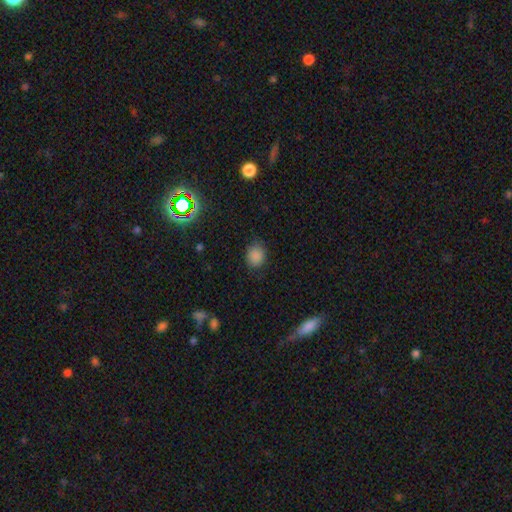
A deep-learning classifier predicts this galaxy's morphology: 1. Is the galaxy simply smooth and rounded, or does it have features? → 85% smooth, 11% star or artifact, 4% featured or disk.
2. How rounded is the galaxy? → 65% round, 34% in between, 1% cigar-shaped.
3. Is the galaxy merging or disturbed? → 80% none, 15% minor disturbance, 4% major disturbance, 1% merger.